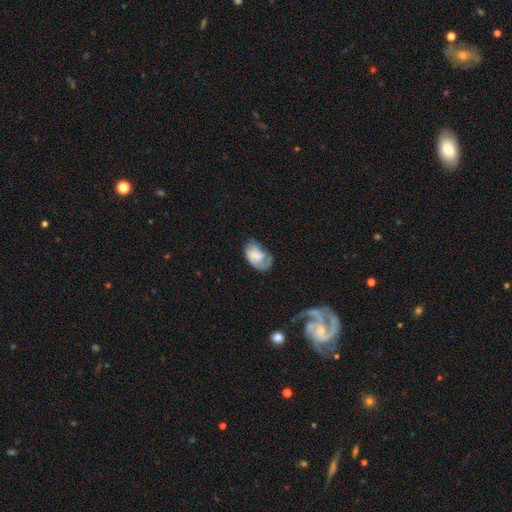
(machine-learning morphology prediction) Smooth or featured: smooth — 50% (featured or disk — 42%)
How rounded: in between — 87% (round — 11%)
Merging: none — 37% (minor disturbance — 31%)